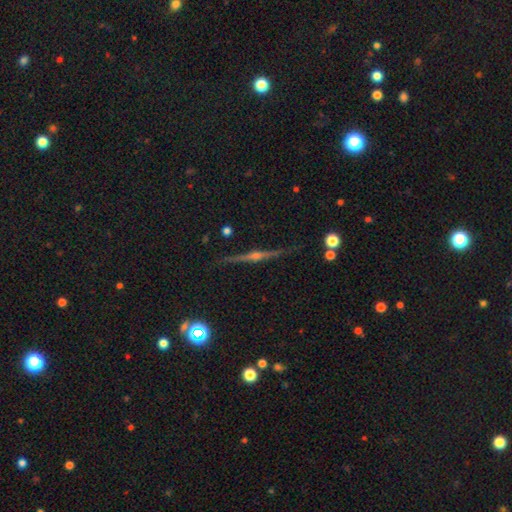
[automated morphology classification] smooth_or_featured: featured or disk (p=0.84) [alt: smooth p=0.08]
disk_edge_on: yes (p=0.98) [alt: no p=0.02]
edge_on_bulge: rounded (p=0.91) [alt: boxy p=0.04]
merging: none (p=0.90) [alt: minor disturbance p=0.07]